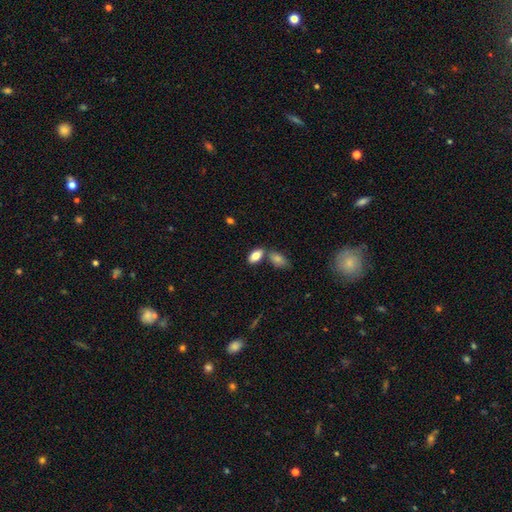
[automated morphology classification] type=smooth (82%); roundness=in between (91%); merging=none (60%).